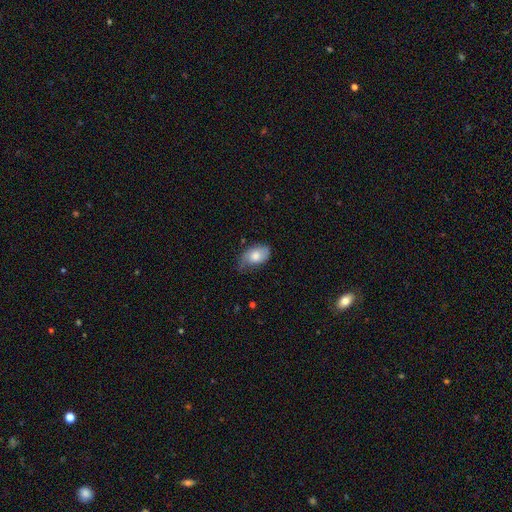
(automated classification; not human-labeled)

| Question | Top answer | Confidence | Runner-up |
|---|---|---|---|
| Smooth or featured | smooth | 71% | featured or disk (23%) |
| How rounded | in between | 90% | round (8%) |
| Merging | none | 43% | minor disturbance (42%) |